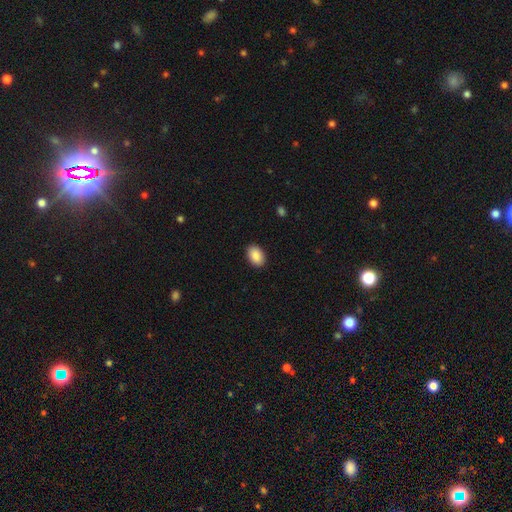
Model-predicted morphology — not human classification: A smooth galaxy with no disk features (90%) that is in between round and cigar-shaped (88%).

Vote fractions:
- Smooth or featured? smooth: 90% / star or artifact: 7% / featured or disk: 4%
- How rounded? in between: 88% / round: 11% / cigar-shaped: 1%
- Merging? none: 90% / minor disturbance: 7% / major disturbance: 2% / merger: 1%